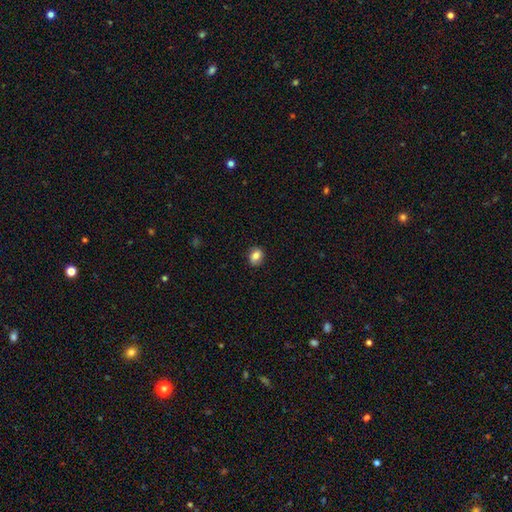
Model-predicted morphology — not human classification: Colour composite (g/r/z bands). It shows a smooth galaxy with no disk features (83%) that is in between round and cigar-shaped (53%). Merging: none (86%).